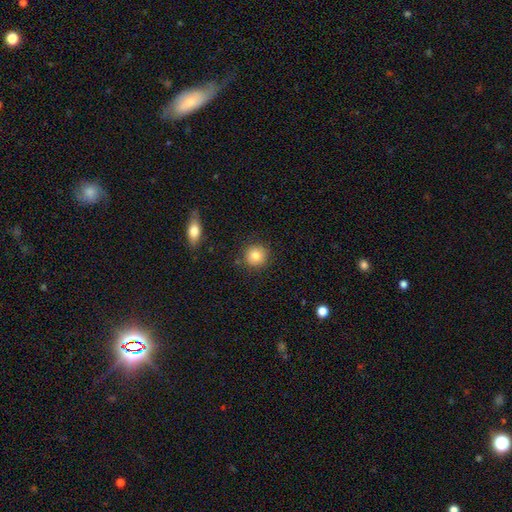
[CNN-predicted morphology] A smooth galaxy with no disk features (81%) that is round (93%). Merging: none (88%).